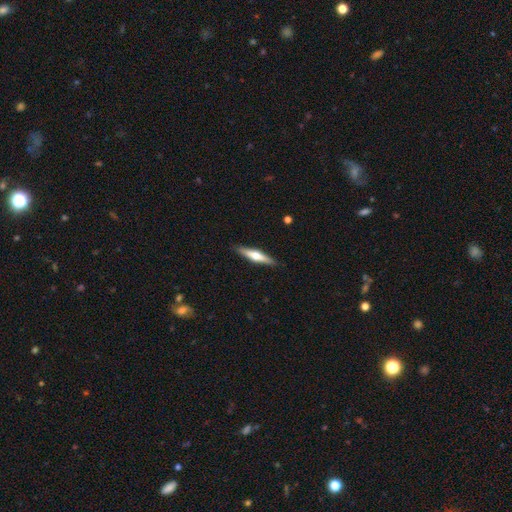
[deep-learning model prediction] Smooth or featured? featured or disk (58%)
Edge-on disk? yes (96%)
Edge-on bulge? rounded (90%)
Merging? none (90%)